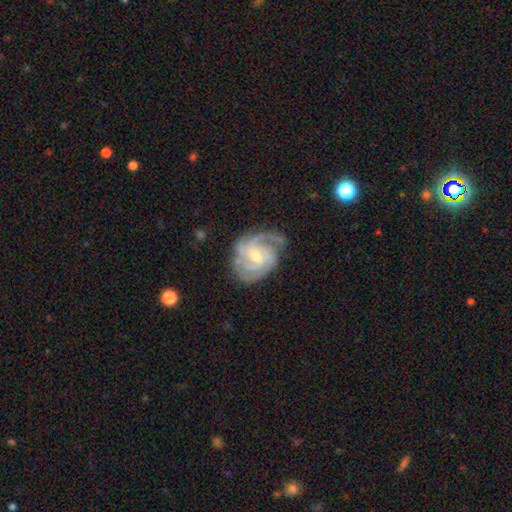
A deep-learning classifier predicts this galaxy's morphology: Q: Smooth or featured?
A: featured or disk (91%); runner-up: star or artifact (5%)
Q: Edge-on disk?
A: no (98%); runner-up: yes (2%)
Q: Bar?
A: no (47%); runner-up: weak (42%)
Q: Spiral arms?
A: yes (98%); runner-up: no (2%)
Q: Spiral winding?
A: tight (62%); runner-up: medium (32%)
Q: Spiral arm count?
A: 3 (36%); runner-up: 4 (26%)
Q: Bulge size?
A: moderate (49%); runner-up: small (48%)
Q: Merging?
A: none (72%); runner-up: minor disturbance (19%)